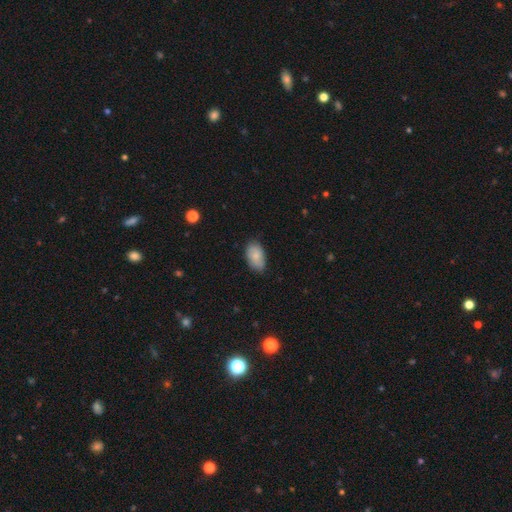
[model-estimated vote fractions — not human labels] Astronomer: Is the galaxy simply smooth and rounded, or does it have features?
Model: smooth — 78%.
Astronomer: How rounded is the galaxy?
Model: in between — 93%.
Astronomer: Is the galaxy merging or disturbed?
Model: none — 76%.